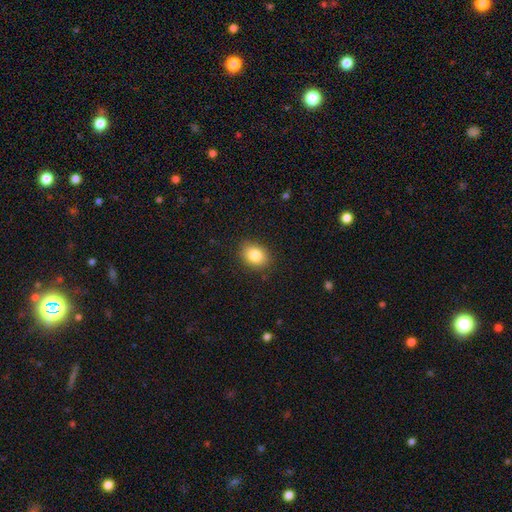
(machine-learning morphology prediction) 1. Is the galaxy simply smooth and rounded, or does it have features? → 85% smooth, 9% star or artifact, 7% featured or disk.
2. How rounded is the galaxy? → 64% in between, 35% round, 1% cigar-shaped.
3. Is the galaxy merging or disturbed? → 86% none, 10% minor disturbance, 3% major disturbance, 1% merger.